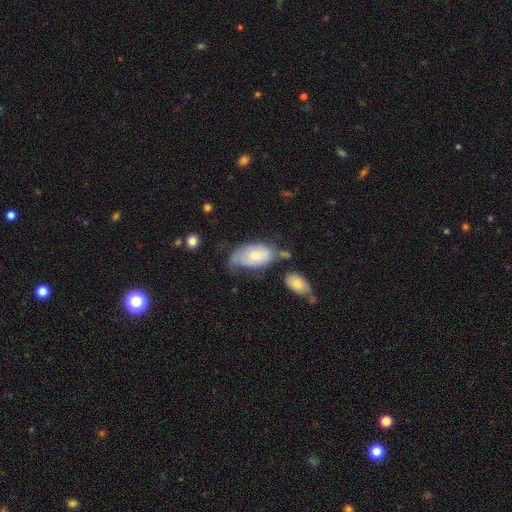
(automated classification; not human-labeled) This is likely a smooth galaxy (64%). How rounded: clearly in between (94%). Merging: marginally minor disturbance (36%).